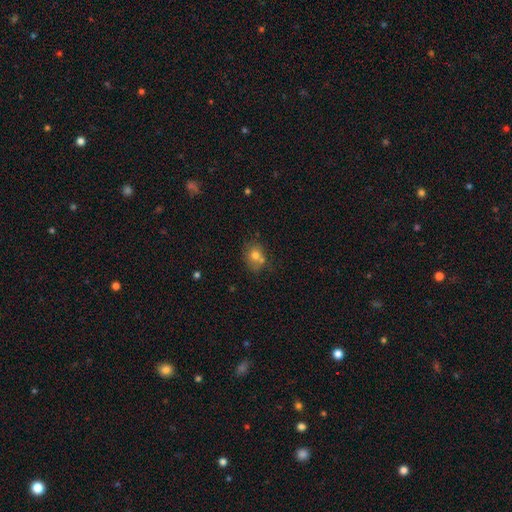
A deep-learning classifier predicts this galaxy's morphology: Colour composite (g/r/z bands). It shows a smooth galaxy with no disk features (72%) that is round (58%). Merging: none (51%).